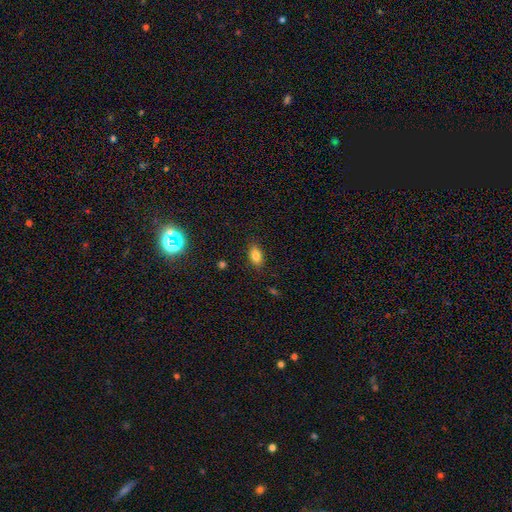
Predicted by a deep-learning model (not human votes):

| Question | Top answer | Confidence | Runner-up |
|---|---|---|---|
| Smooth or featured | smooth | 82% | star or artifact (10%) |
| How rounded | in between | 87% | round (8%) |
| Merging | none | 85% | minor disturbance (11%) |